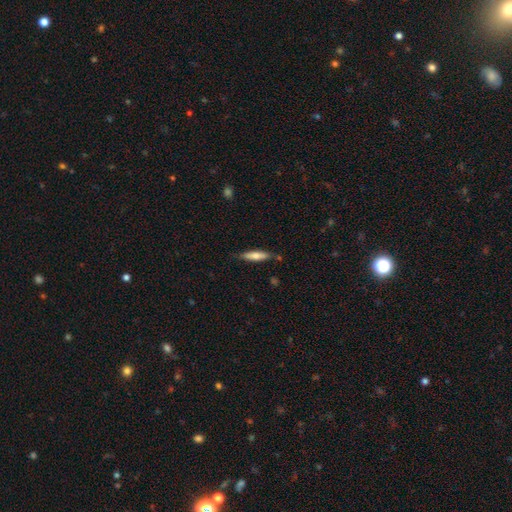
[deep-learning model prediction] This is likely a smooth galaxy (65%). How rounded: likely cigar-shaped (77%). Merging: likely none (79%).